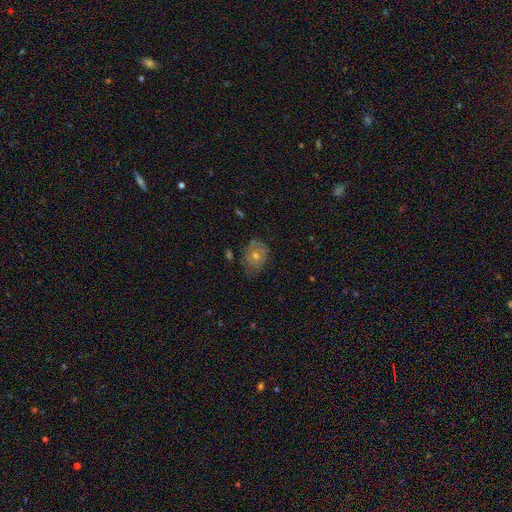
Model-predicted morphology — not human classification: Smooth or featured? featured or disk (46%)
Merging? none (73%)